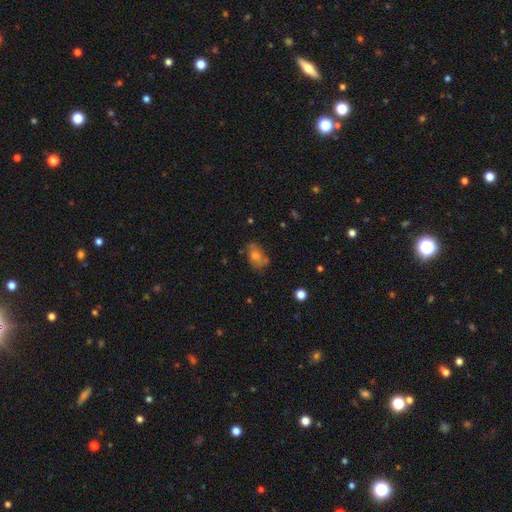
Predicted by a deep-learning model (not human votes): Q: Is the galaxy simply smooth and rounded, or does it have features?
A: smooth — 58%.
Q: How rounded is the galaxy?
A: in between — 81%.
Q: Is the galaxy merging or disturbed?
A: none — 67%.